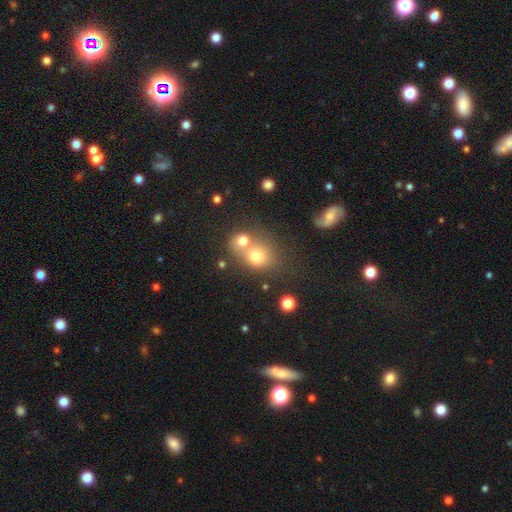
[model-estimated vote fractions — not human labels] smooth-or-featured: smooth: 69% | featured or disk: 16% | star or artifact: 15%
  how-rounded: round: 72% | in between: 27% | cigar-shaped: 1%
  merging: merger: 52% | none: 36% | minor disturbance: 8% | major disturbance: 5%